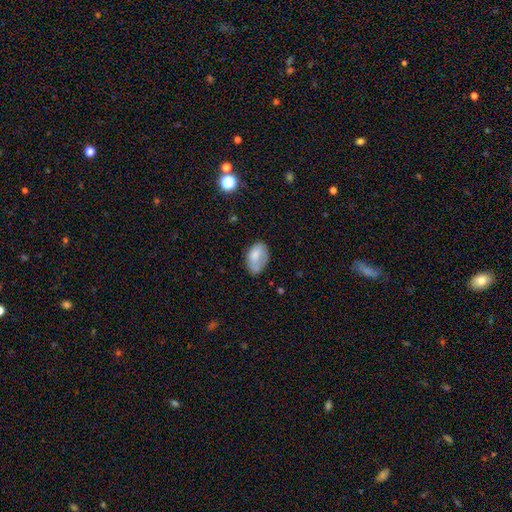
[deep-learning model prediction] This appears to be a smooth galaxy with no disk features (77%) that is in between round and cigar-shaped (89%). Merging: none (55%).